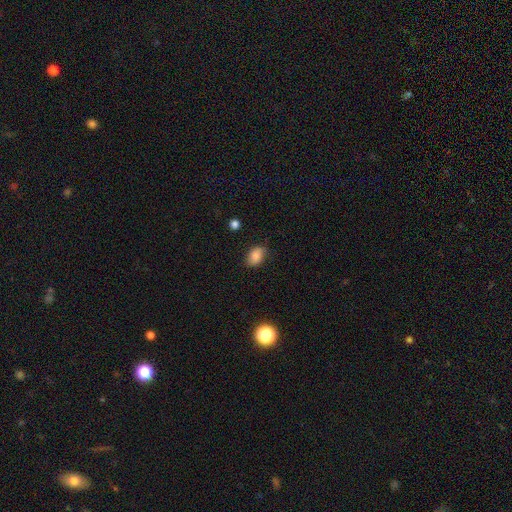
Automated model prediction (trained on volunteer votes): This appears to be a smooth galaxy with no disk features (83%) that is in between round and cigar-shaped (83%). Merging: none (80%).